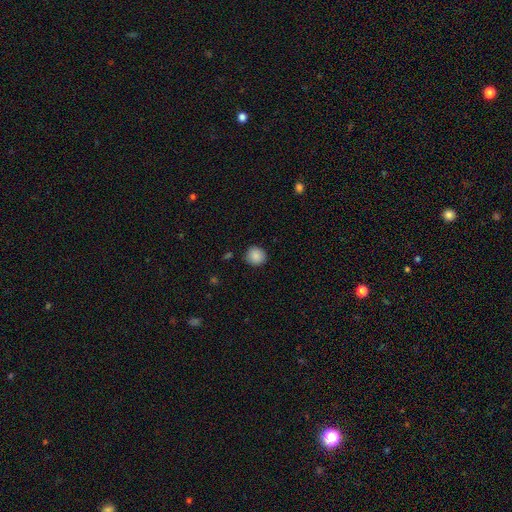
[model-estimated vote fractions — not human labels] Smooth or featured? Predicted: smooth (p=0.87). How rounded? Predicted: round (p=0.91). Merging? Predicted: none (p=0.89).